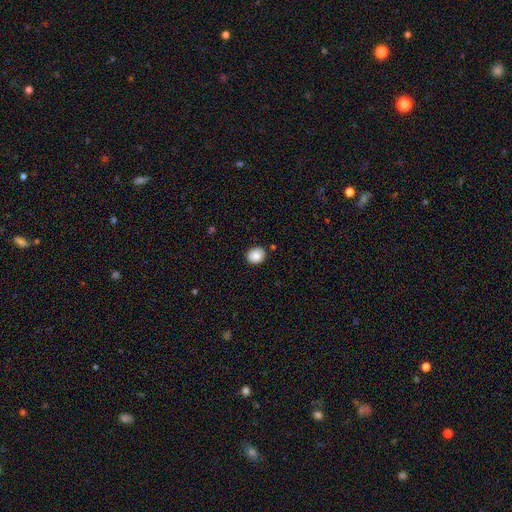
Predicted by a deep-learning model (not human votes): The model was most divided on "how rounded": round: 72%, in between: 27%, cigar-shaped: 1%. More confident: merging — none (87%); smooth or featured — smooth (87%).